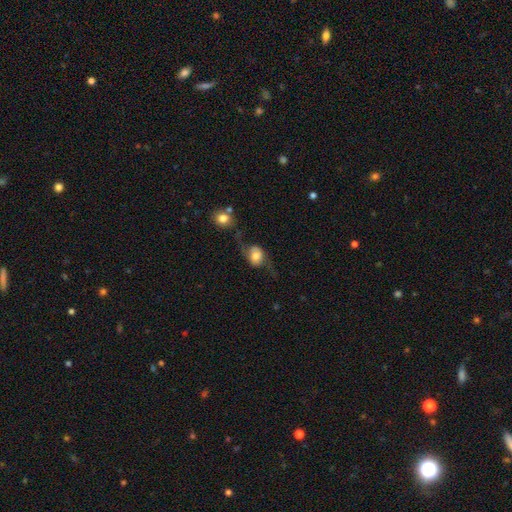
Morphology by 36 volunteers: type=featured or disk (53%); edge-on=no (100%); bar=no (74%); spiral arms=yes (84%); winding=loose (100%); arm count=2 (100%); bulge=moderate (53%); merging=none (43%).